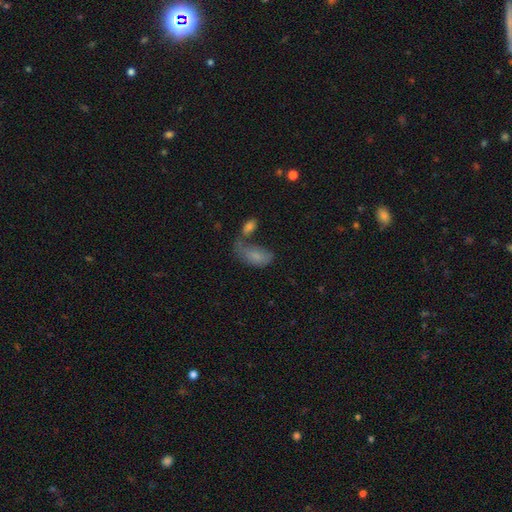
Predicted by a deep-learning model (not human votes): Smooth or featured? smooth (72%)
How rounded? in between (92%)
Merging? merger (37%)